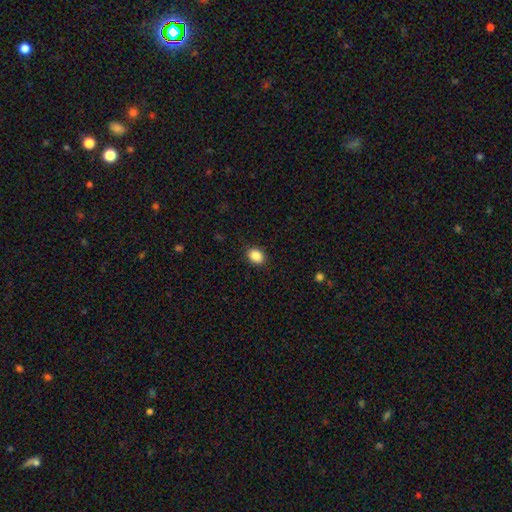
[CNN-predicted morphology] This is clearly a smooth galaxy (88%). How rounded: likely in between (62%). Merging: clearly none (89%).